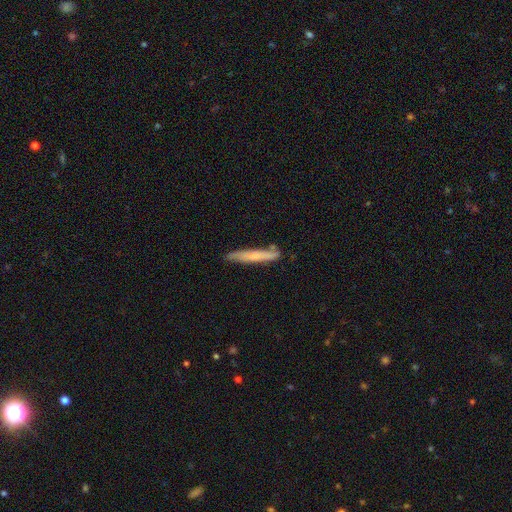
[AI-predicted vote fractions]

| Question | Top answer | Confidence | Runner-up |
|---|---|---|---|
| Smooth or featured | smooth | 58% | featured or disk (37%) |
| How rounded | cigar-shaped | 95% | in between (4%) |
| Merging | none | 76% | minor disturbance (18%) |